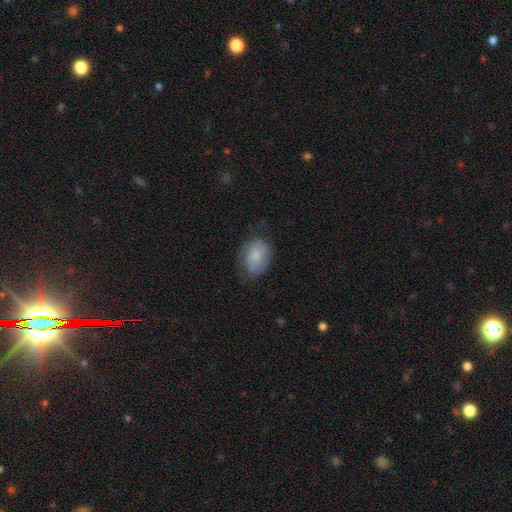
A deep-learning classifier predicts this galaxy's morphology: A smooth galaxy with no disk features (73%) that is in between round and cigar-shaped (75%). Merging: none (69%).